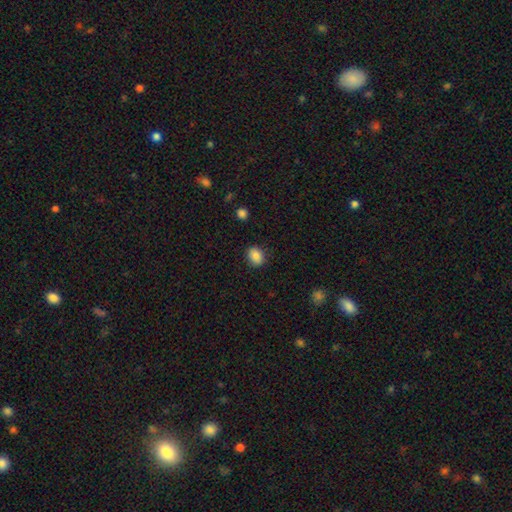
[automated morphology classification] Smooth or featured?
  - smooth: 86% *
  - star or artifact: 9%
  - featured or disk: 5%
How rounded?
  - in between: 58% *
  - round: 41%
  - cigar-shaped: 1%
Merging?
  - none: 86% *
  - minor disturbance: 10%
  - major disturbance: 3%
  - merger: 1%